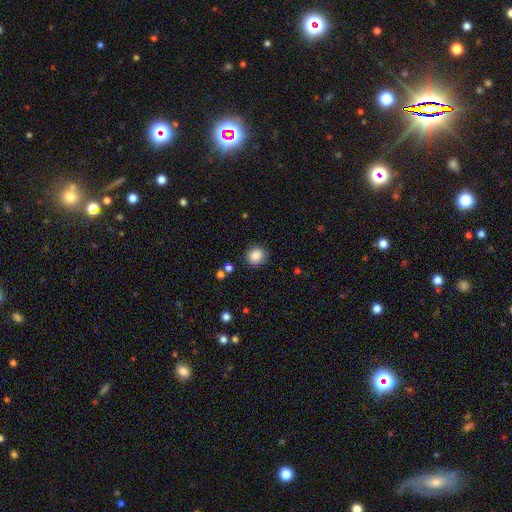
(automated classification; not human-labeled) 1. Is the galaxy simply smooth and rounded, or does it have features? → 87% smooth, 9% star or artifact, 4% featured or disk.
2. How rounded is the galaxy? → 85% round, 14% in between, 1% cigar-shaped.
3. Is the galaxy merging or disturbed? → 87% none, 9% minor disturbance, 3% major disturbance, 2% merger.